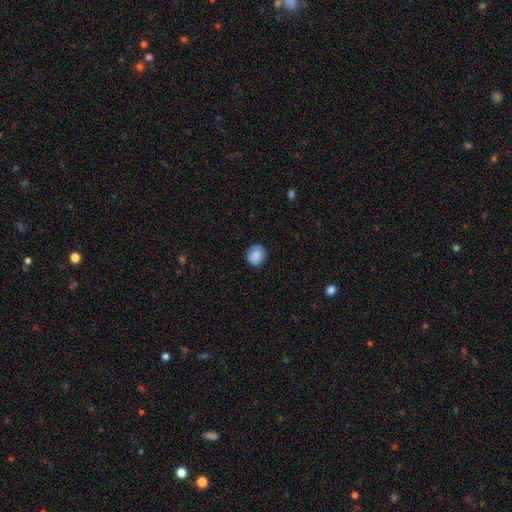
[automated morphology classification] Smooth or featured: smooth — 85% (star or artifact — 8%)
How rounded: round — 86% (in between — 13%)
Merging: none — 83% (minor disturbance — 13%)